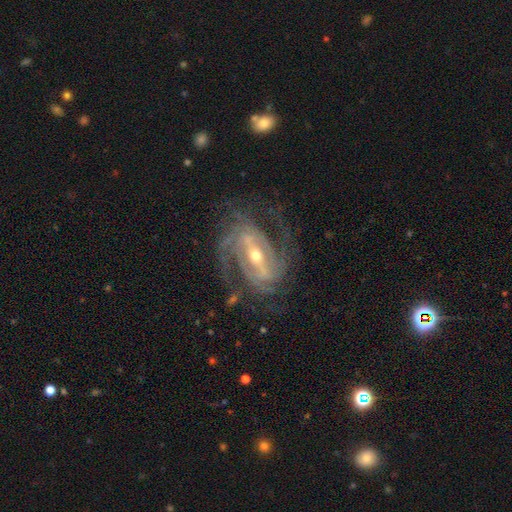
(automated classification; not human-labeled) This appears to be a featured or disk galaxy (91%) with a strong bar (68%), 2 (39%) medium (47%) spiral arms (97%) and a moderate central bulge (49%). Merging: none (67%).